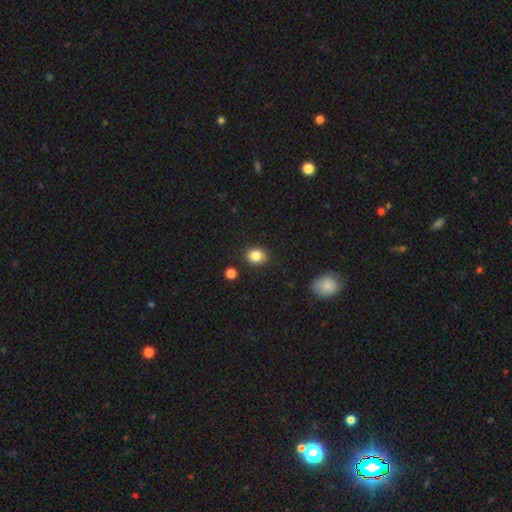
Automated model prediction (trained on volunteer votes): This is clearly a smooth galaxy (86%). How rounded: possibly round (58%). Merging: clearly none (86%).